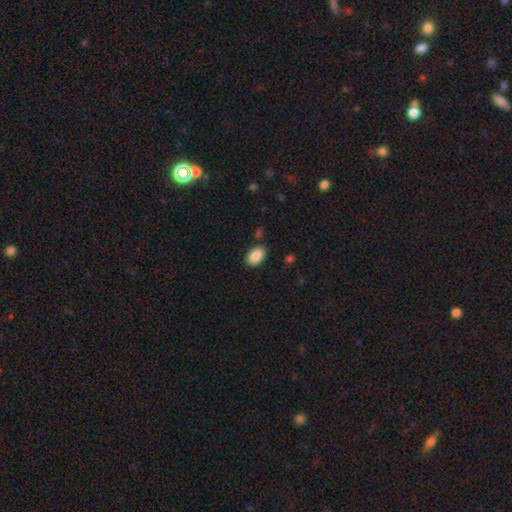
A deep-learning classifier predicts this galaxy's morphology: Smooth or featured?
  - smooth: 89% *
  - star or artifact: 7%
  - featured or disk: 4%
How rounded?
  - in between: 90% *
  - round: 9%
  - cigar-shaped: 1%
Merging?
  - none: 85% *
  - minor disturbance: 10%
  - major disturbance: 3%
  - merger: 2%